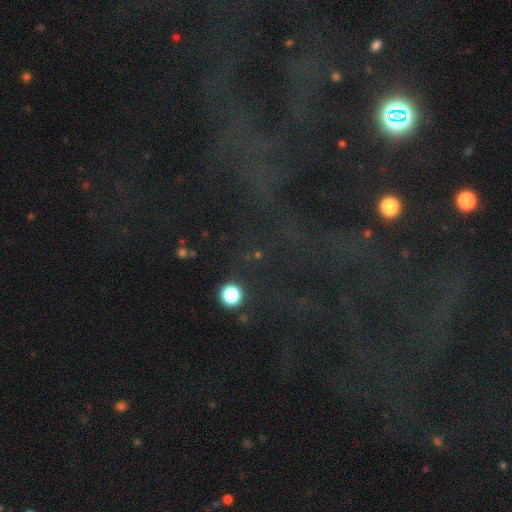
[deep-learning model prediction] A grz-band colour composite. It shows a star or artifact, not a galaxy (71%).